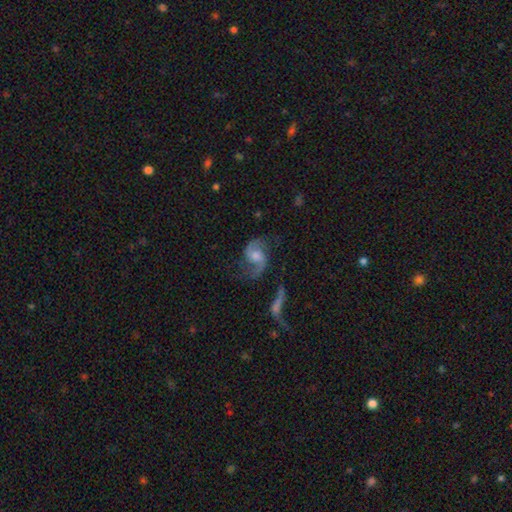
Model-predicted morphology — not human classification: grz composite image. It shows a featured or disk galaxy (82%) with no bar (55%), 2 (90%) loose (49%) spiral arms (95%) and a moderate central bulge (54%). Merging: none (63%).